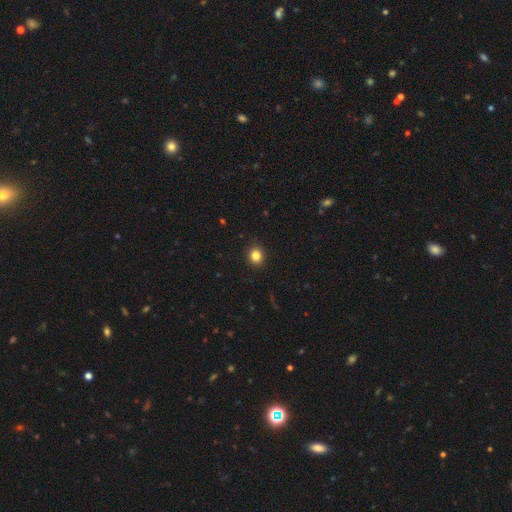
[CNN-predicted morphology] This appears to be a smooth galaxy with no disk features (84%) that is round (75%). Merging: none (90%).